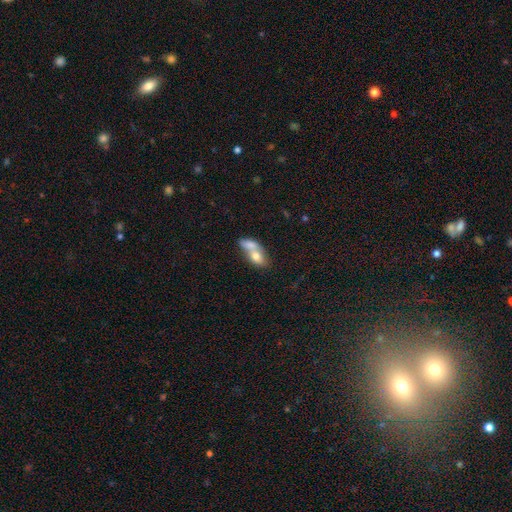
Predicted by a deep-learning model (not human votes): Smooth or featured? smooth (69%)
How rounded? in between (77%)
Merging? merger (72%)